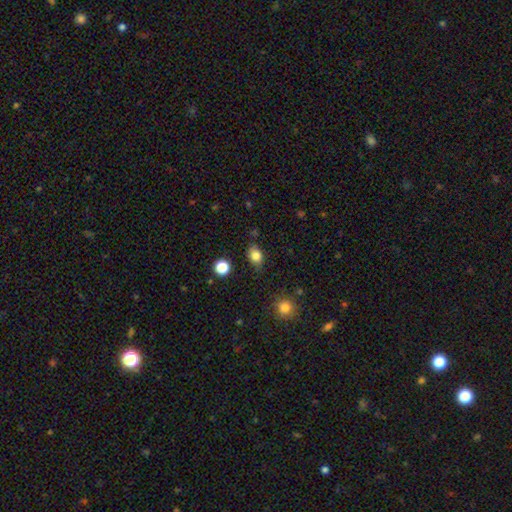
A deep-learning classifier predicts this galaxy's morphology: This appears to be a smooth galaxy with no disk features (83%) that is in between round and cigar-shaped (61%). Merging: none (78%).